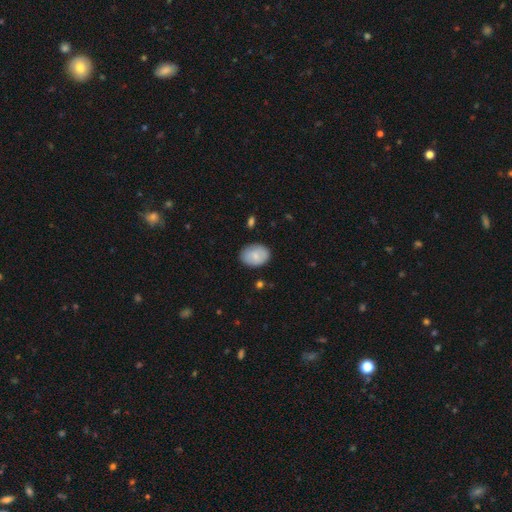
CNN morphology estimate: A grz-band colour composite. It shows a smooth galaxy with no disk features (81%) that is in between round and cigar-shaped (73%). Merging: none (83%).